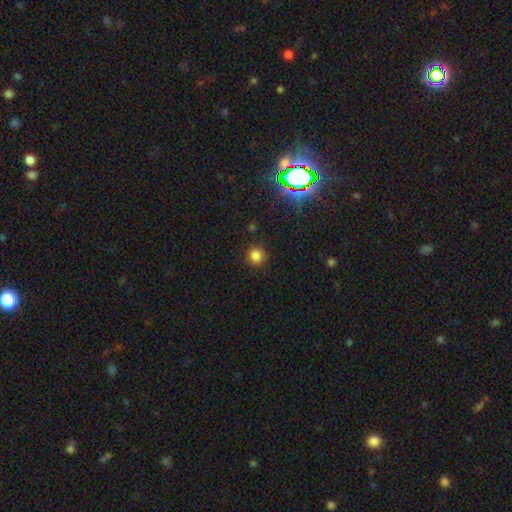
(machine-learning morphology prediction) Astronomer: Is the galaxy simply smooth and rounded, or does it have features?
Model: smooth — 80%.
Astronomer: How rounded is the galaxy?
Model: round — 93%.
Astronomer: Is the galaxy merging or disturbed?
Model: none — 89%.